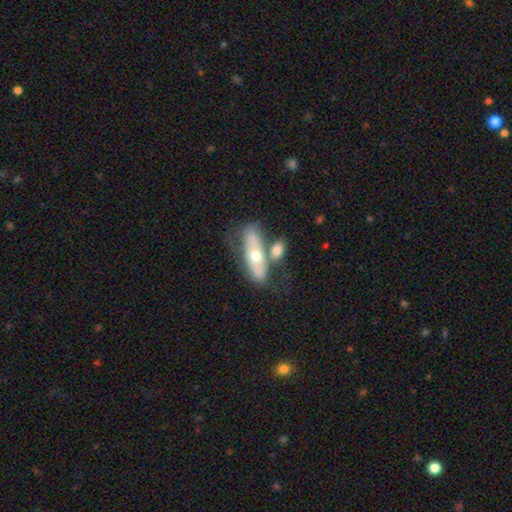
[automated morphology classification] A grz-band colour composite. It shows a featured or disk galaxy (50%). Merging: none (42%).